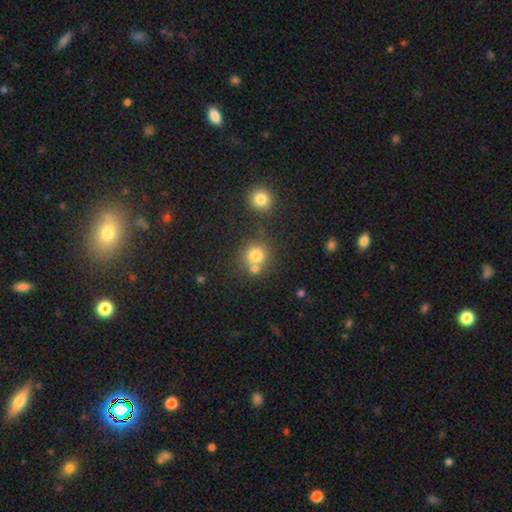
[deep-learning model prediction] smooth 77%, star or artifact 14%, featured or disk 9%. Down the decision tree: how rounded — round (90%); merging — none (61%).